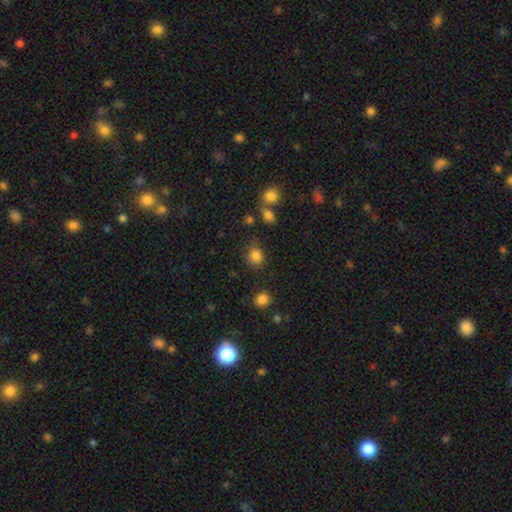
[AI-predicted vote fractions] Overall: smooth (83%). How rounded: round (79%). Merging: none (73%).